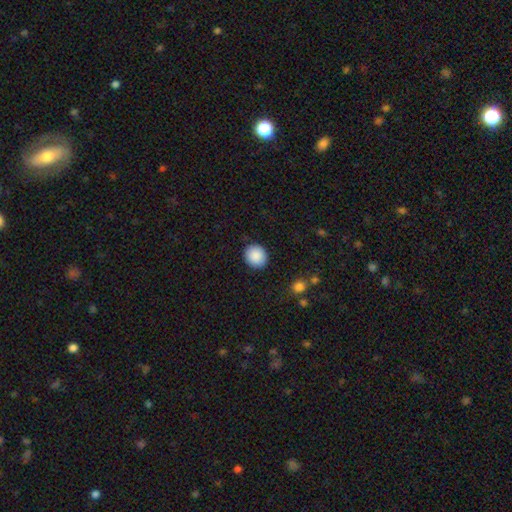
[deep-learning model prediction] Smooth or featured: smooth — 90% (star or artifact — 7%)
How rounded: round — 78% (in between — 21%)
Merging: none — 90% (minor disturbance — 7%)